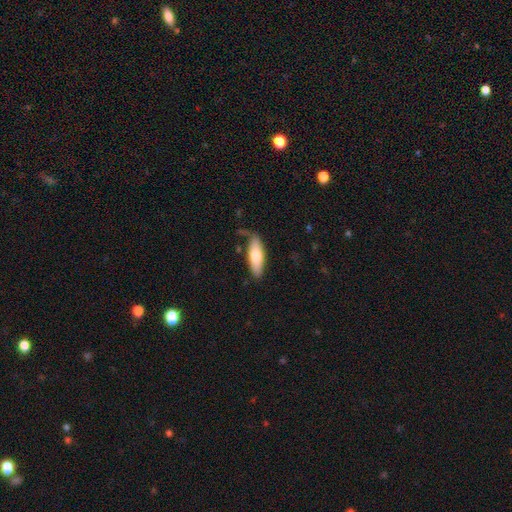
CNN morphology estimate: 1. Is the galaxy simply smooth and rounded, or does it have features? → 74% smooth, 21% featured or disk, 5% star or artifact.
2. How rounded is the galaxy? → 63% in between, 35% cigar-shaped, 2% round.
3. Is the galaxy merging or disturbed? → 66% none, 22% minor disturbance, 7% major disturbance, 5% merger.